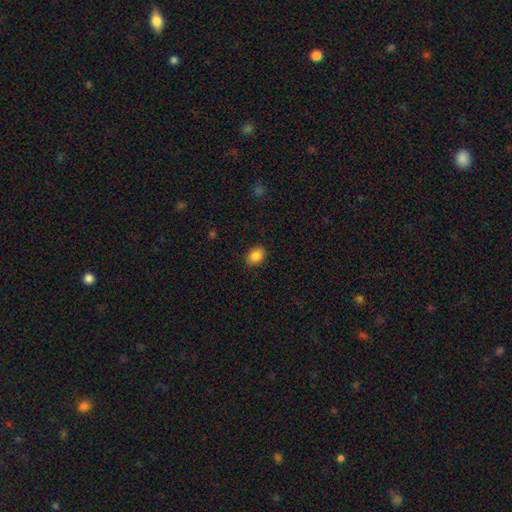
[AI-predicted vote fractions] smooth_or_featured: smooth (p=0.88) [alt: star or artifact p=0.09]
how_rounded: in between (p=0.71) [alt: round p=0.28]
merging: none (p=0.87) [alt: minor disturbance p=0.10]